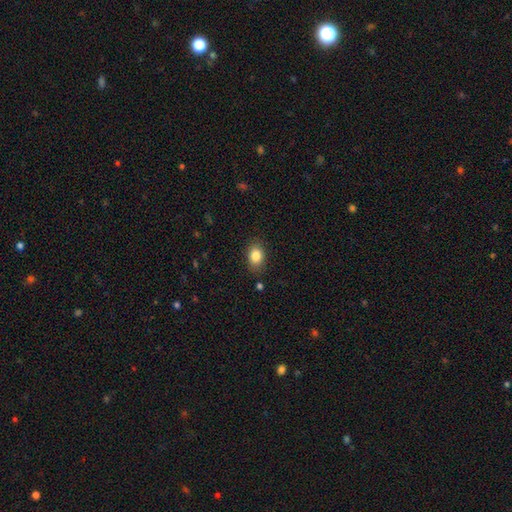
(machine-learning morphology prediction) smooth 84%, star or artifact 9%, featured or disk 7%. Down the decision tree: how rounded — in between (70%); merging — none (84%).